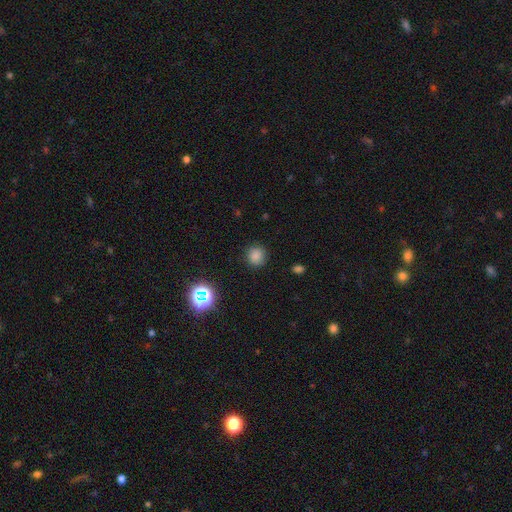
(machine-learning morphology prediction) Smooth or featured? smooth (81%)
How rounded? round (88%)
Merging? none (88%)